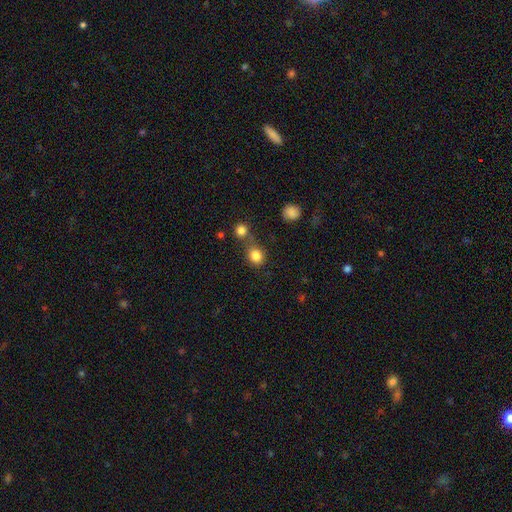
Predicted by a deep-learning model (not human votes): Q: Smooth or featured?
A: smooth (84%); runner-up: star or artifact (11%)
Q: How rounded?
A: round (78%); runner-up: in between (21%)
Q: Merging?
A: none (58%); runner-up: merger (25%)